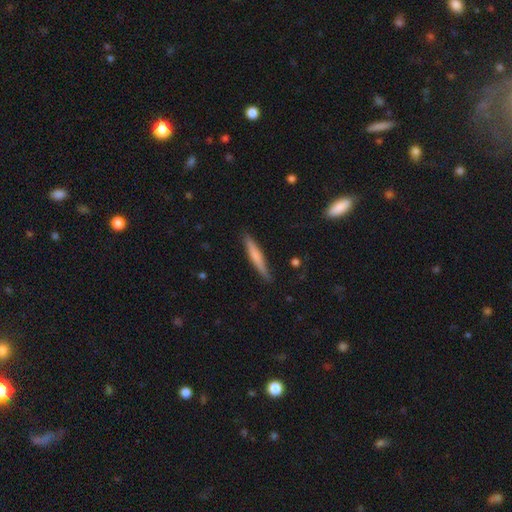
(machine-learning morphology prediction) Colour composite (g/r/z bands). It shows a smooth galaxy with no disk features (61%) that is cigar-shaped (94%). Merging: none (86%).